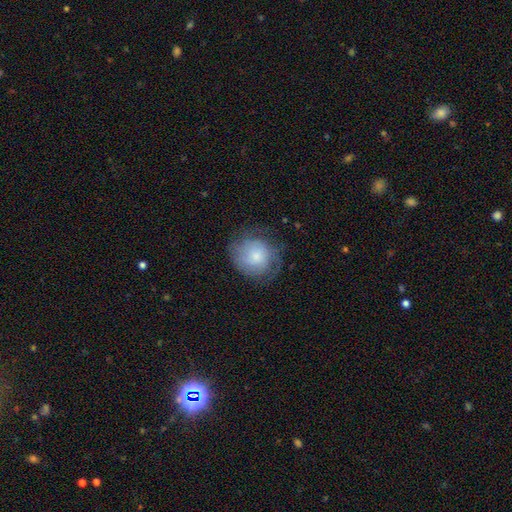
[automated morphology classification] Q: Smooth or featured?
A: smooth (61%); runner-up: featured or disk (31%)
Q: How rounded?
A: round (81%); runner-up: in between (18%)
Q: Merging?
A: none (61%); runner-up: minor disturbance (24%)